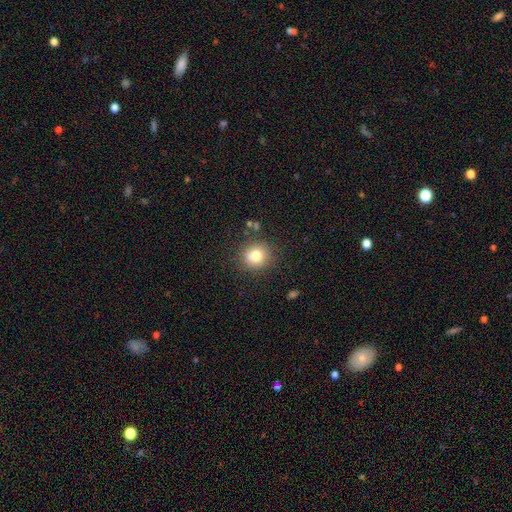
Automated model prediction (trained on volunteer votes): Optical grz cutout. It shows a smooth galaxy with no disk features (78%) that is round (86%). Merging: none (83%).